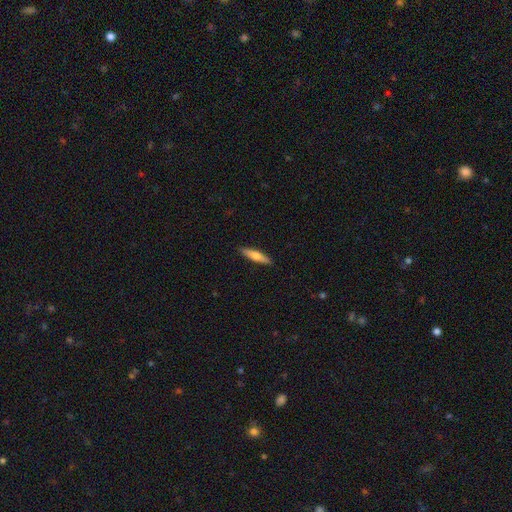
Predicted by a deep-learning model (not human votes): Smooth or featured?
  - smooth: 62% *
  - featured or disk: 32%
  - star or artifact: 5%
How rounded?
  - cigar-shaped: 81% *
  - in between: 18%
  - round: 2%
Merging?
  - none: 91% *
  - minor disturbance: 7%
  - major disturbance: 1%
  - merger: 1%